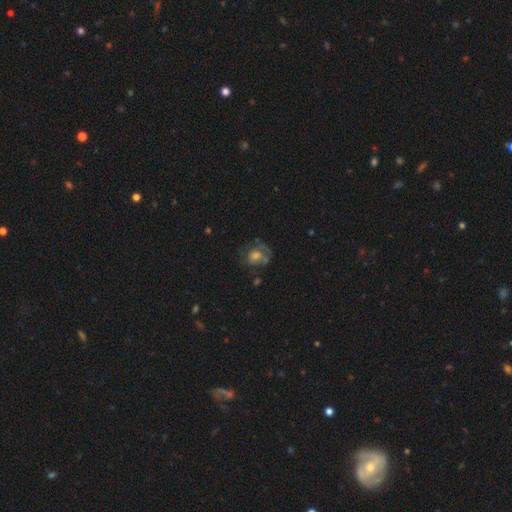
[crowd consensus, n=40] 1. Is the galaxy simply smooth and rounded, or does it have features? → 60% featured or disk, 32% smooth, 8% star or artifact.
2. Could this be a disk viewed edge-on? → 96% no, 4% yes.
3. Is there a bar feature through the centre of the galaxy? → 96% no, 4% weak, 0% strong.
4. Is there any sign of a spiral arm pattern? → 57% yes, 43% no.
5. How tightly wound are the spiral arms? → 46% tight, 31% medium, 23% loose.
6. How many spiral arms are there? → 85% can't tell, 15% 1, 0% 2, 0% 3, 0% 4, 0% more than 4.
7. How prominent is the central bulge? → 43% moderate, 30% large, 26% small, 0% dominant, 0% none.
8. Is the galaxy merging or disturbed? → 54% none, 24% major disturbance, 19% minor disturbance, 3% merger.